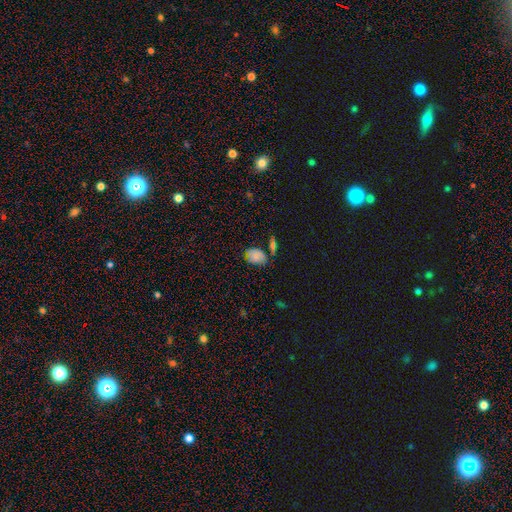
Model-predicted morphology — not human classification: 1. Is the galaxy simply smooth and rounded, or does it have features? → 73% smooth, 15% star or artifact, 11% featured or disk.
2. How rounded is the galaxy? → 77% in between, 21% round, 2% cigar-shaped.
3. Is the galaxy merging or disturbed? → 68% none, 20% minor disturbance, 7% merger, 5% major disturbance.